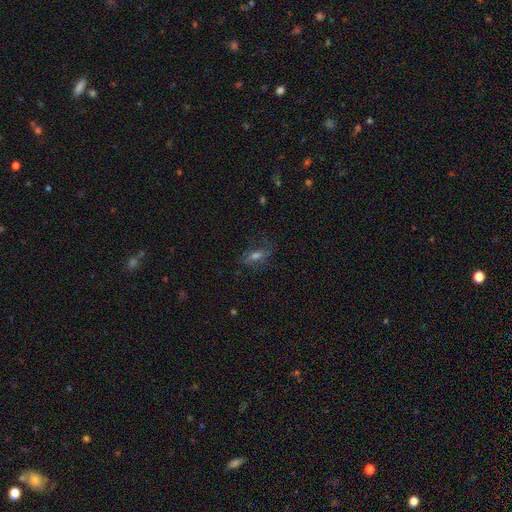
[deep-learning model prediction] A featured or disk galaxy (40%). Merging: none (66%).